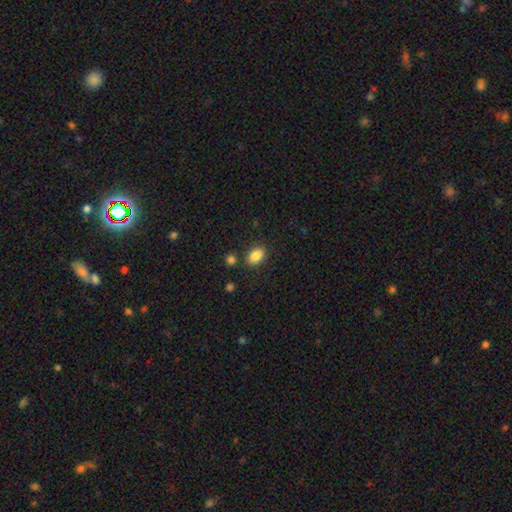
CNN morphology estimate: Smooth or featured: smooth — 87% (star or artifact — 9%)
How rounded: in between — 85% (round — 13%)
Merging: none — 82% (minor disturbance — 10%)